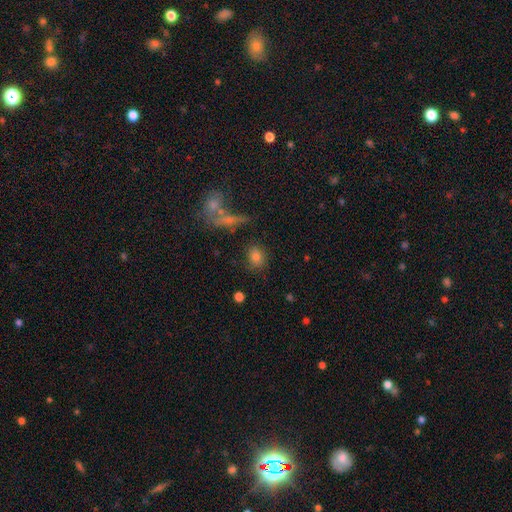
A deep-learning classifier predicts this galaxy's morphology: This is clearly a smooth galaxy (80%). How rounded: possibly round (55%). Merging: likely none (78%).